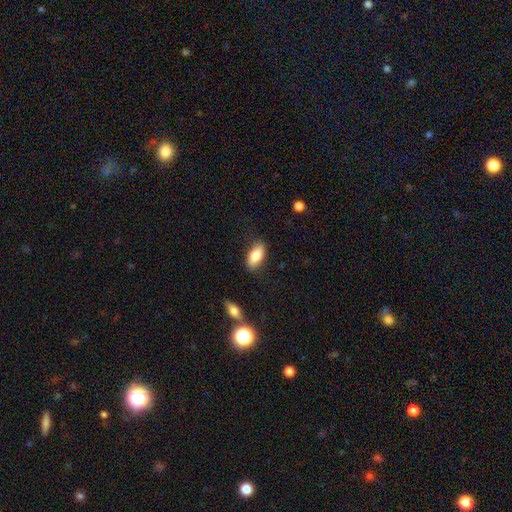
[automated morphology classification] smooth 79%, featured or disk 14%, star or artifact 7%. Down the decision tree: how rounded — in between (88%); merging — none (81%).